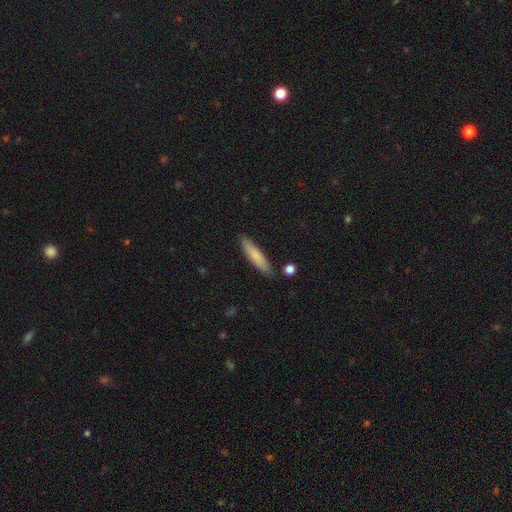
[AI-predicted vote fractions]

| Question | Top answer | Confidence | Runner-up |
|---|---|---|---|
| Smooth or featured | smooth | 76% | featured or disk (18%) |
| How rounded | cigar-shaped | 85% | in between (13%) |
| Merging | none | 85% | minor disturbance (10%) |